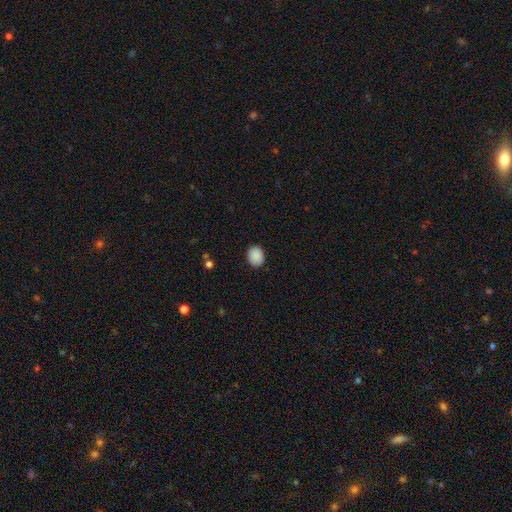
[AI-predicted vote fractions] Overall: smooth (89%). How rounded: round (51%; in between 48%). Merging: none (89%).